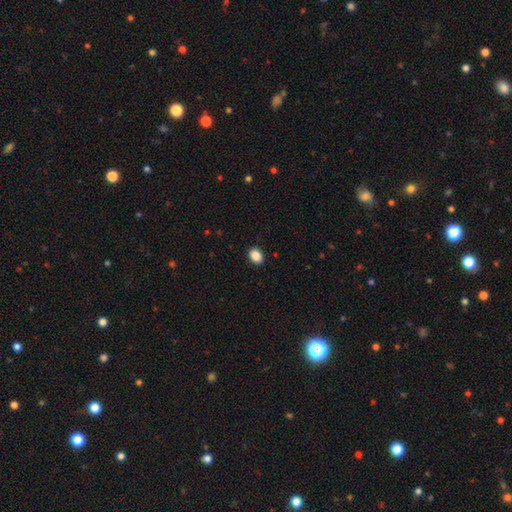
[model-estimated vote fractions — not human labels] smooth 89%, star or artifact 8%, featured or disk 3%. Down the decision tree: how rounded — in between (73%); merging — none (90%).